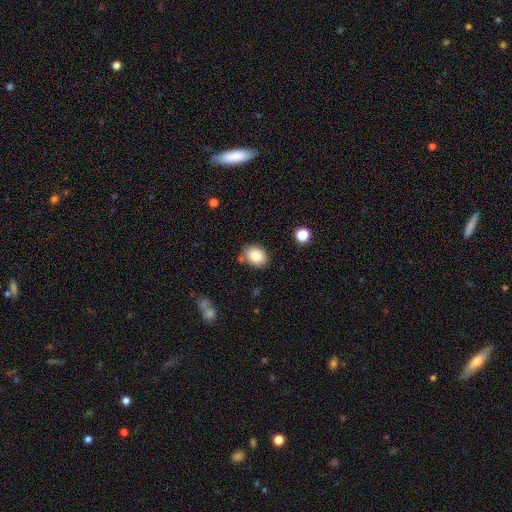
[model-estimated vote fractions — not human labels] Smooth or featured?
  - smooth: 84% *
  - star or artifact: 9%
  - featured or disk: 8%
How rounded?
  - in between: 56% *
  - round: 43%
  - cigar-shaped: 1%
Merging?
  - none: 78% *
  - minor disturbance: 13%
  - merger: 6%
  - major disturbance: 3%